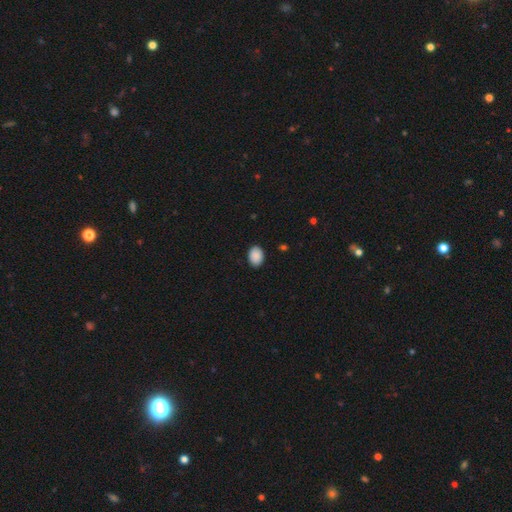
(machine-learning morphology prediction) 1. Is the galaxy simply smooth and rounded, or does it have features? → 90% smooth, 7% star or artifact, 3% featured or disk.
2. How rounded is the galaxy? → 76% in between, 23% round, 1% cigar-shaped.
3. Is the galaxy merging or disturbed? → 88% none, 9% minor disturbance, 2% major disturbance, 1% merger.